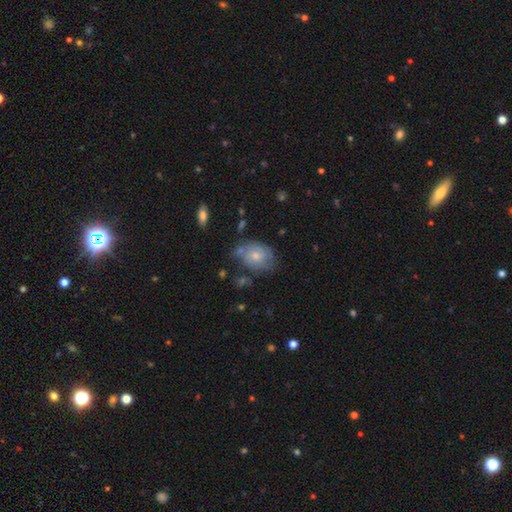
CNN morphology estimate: A smooth galaxy with no disk features (57%) that is in between round and cigar-shaped (60%). Merging: none (55%).